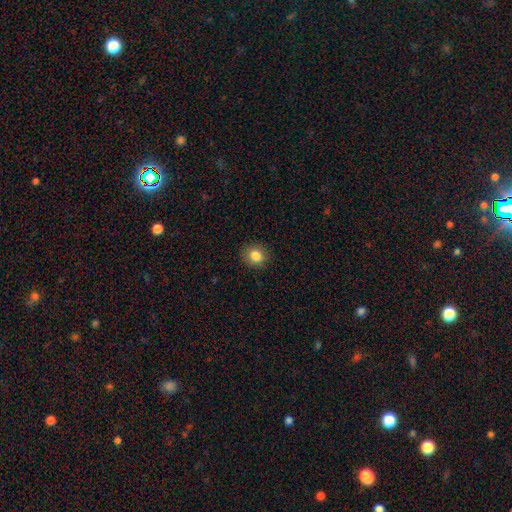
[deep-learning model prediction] Q: Smooth or featured?
A: smooth (83%); runner-up: star or artifact (11%)
Q: How rounded?
A: round (82%); runner-up: in between (18%)
Q: Merging?
A: none (89%); runner-up: minor disturbance (8%)